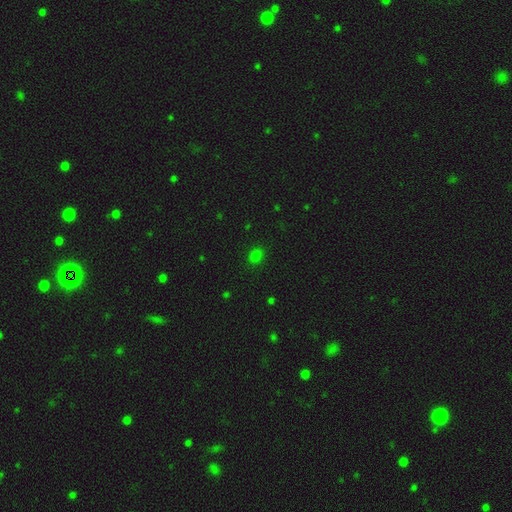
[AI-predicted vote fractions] A smooth galaxy with no disk features (77%) that is round (50%). Merging: none (88%).